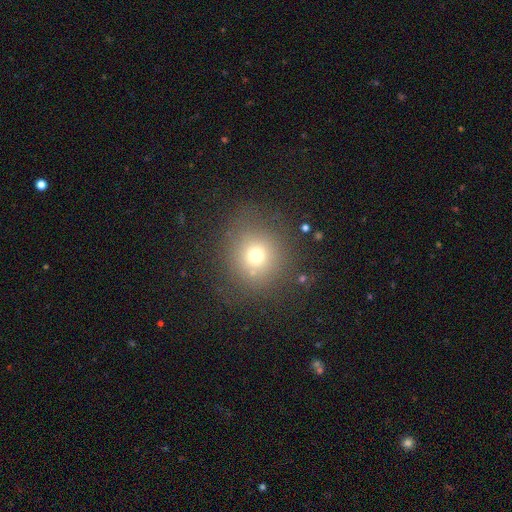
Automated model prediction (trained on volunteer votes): Smooth or featured? smooth (69%)
How rounded? round (90%)
Merging? none (79%)